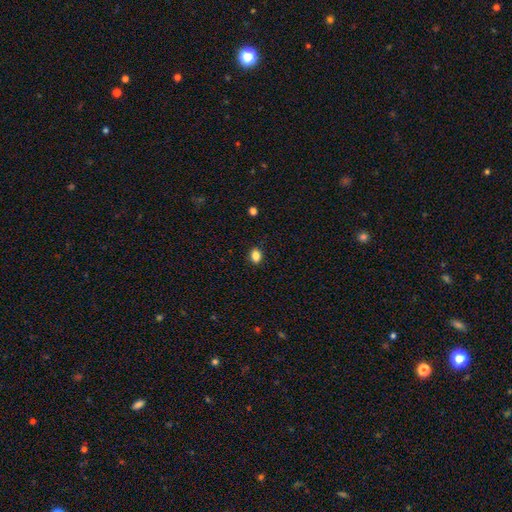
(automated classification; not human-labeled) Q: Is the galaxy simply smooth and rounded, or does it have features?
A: smooth — 85%.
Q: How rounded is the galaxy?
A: in between — 62%.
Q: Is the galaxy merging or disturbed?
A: none — 88%.